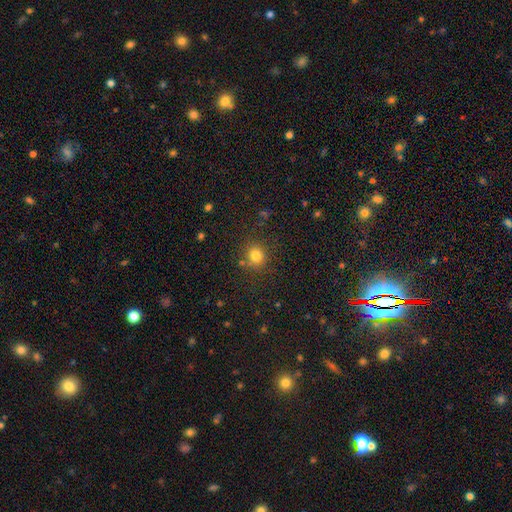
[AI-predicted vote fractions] Morphology: type=smooth (80%); roundness=round (87%); merging=none (80%).